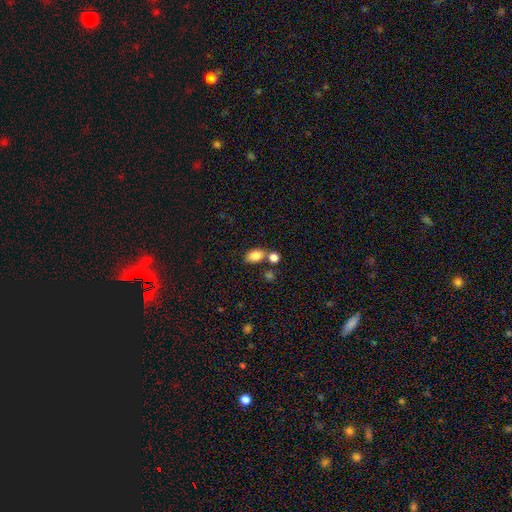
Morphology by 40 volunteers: Smooth or featured? smooth (85%)
How rounded? in between (82%)
Merging? none (59%)